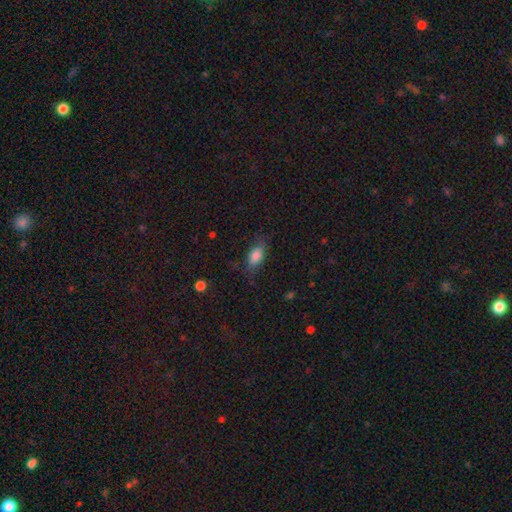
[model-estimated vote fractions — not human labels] The model was most divided on "merging": none: 71%, minor disturbance: 20%, major disturbance: 7%, merger: 1%. More confident: how rounded — in between (85%); smooth or featured — smooth (82%).